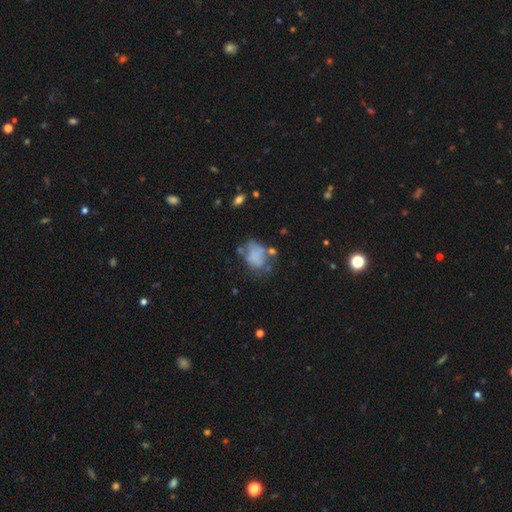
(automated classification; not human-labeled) smooth-or-featured: smooth: 50% | featured or disk: 39% | star or artifact: 11%
  merging: none: 33% | major disturbance: 27% | minor disturbance: 26% | merger: 14%